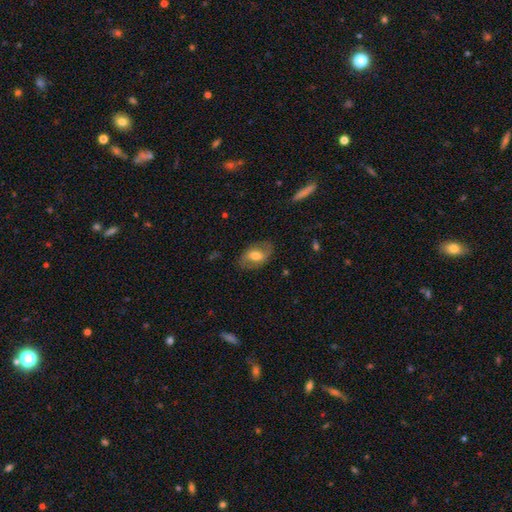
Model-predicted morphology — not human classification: Smooth or featured?
  - smooth: 46% * (tied)
  - featured or disk: 46% * (tied)
  - star or artifact: 8%
Merging?
  - none: 77% *
  - minor disturbance: 16%
  - major disturbance: 6%
  - merger: 1%